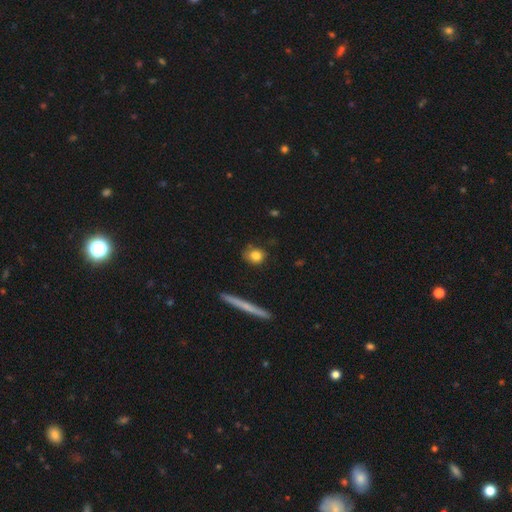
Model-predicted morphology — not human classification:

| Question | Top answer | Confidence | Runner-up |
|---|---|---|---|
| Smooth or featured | smooth | 79% | featured or disk (12%) |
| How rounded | round | 69% | in between (24%) |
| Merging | none | 78% | minor disturbance (16%) |